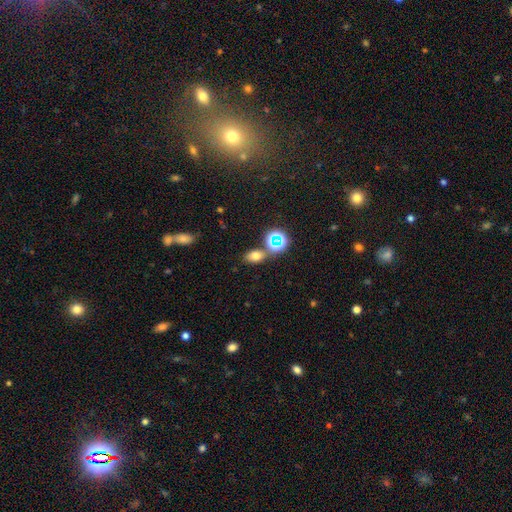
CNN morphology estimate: Smooth or featured?
  - smooth: 68% *
  - star or artifact: 23%
  - featured or disk: 9%
How rounded?
  - in between: 80% *
  - round: 19%
  - cigar-shaped: 2%
Merging?
  - none: 72% *
  - merger: 12%
  - minor disturbance: 12%
  - major disturbance: 4%